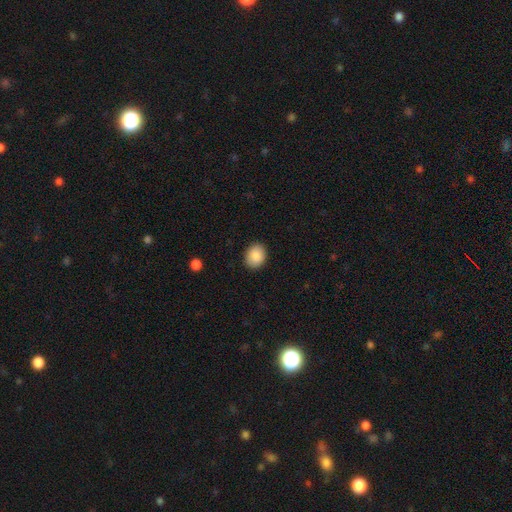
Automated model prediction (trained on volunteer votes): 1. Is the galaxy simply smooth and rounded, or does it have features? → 89% smooth, 7% star or artifact, 4% featured or disk.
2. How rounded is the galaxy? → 57% in between, 42% round, 1% cigar-shaped.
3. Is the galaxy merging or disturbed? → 89% none, 8% minor disturbance, 2% major disturbance, 1% merger.